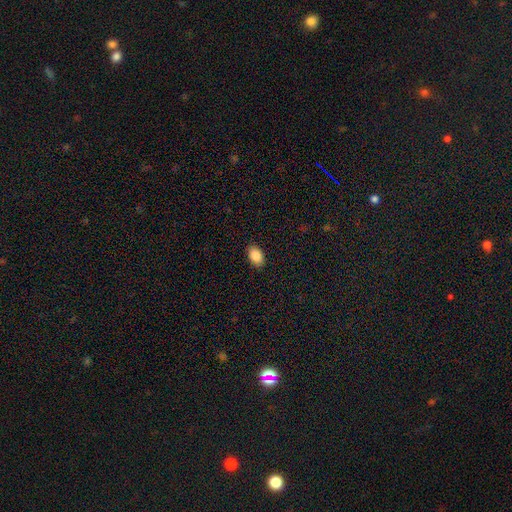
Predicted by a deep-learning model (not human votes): This appears to be a smooth galaxy with no disk features (89%) that is in between round and cigar-shaped (90%). Merging: none (89%).